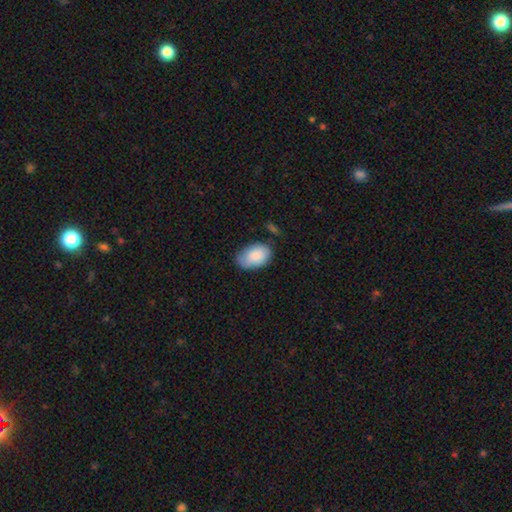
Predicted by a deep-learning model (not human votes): Q: Smooth or featured?
A: smooth (86%); runner-up: featured or disk (8%)
Q: How rounded?
A: in between (90%); runner-up: round (9%)
Q: Merging?
A: none (65%); runner-up: minor disturbance (27%)